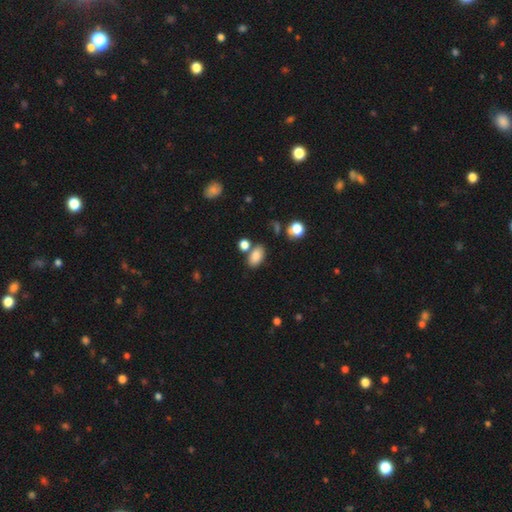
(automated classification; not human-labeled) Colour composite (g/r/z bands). It shows a smooth galaxy with no disk features (82%) that is in between round and cigar-shaped (89%). Merging: none (69%).